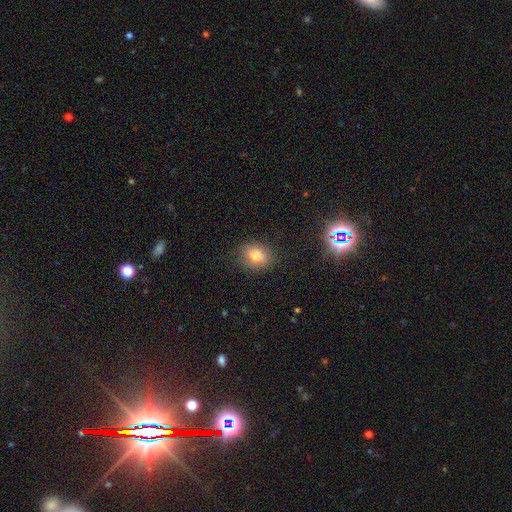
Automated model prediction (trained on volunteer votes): A smooth galaxy with no disk features (79%) that is in between round and cigar-shaped (56%).

Vote fractions:
- Smooth or featured? smooth: 79% / star or artifact: 11% / featured or disk: 10%
- How rounded? in between: 56% / round: 42% / cigar-shaped: 1%
- Merging? none: 80% / minor disturbance: 15% / major disturbance: 4% / merger: 1%